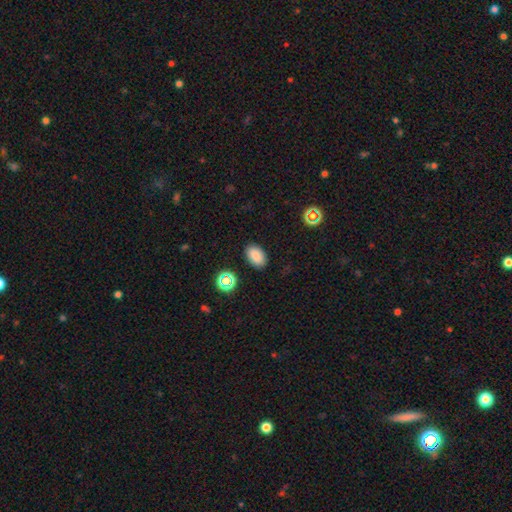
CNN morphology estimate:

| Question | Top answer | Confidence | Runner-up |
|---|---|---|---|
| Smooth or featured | smooth | 82% | star or artifact (12%) |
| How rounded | in between | 89% | round (9%) |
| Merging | none | 87% | minor disturbance (9%) |